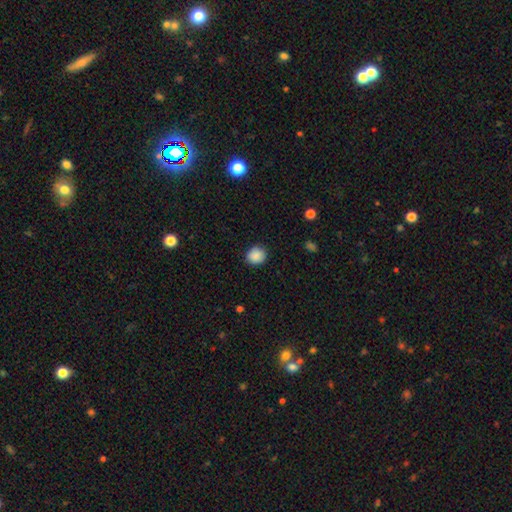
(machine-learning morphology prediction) Overall: smooth (88%). How rounded: round (86%). Merging: none (89%).